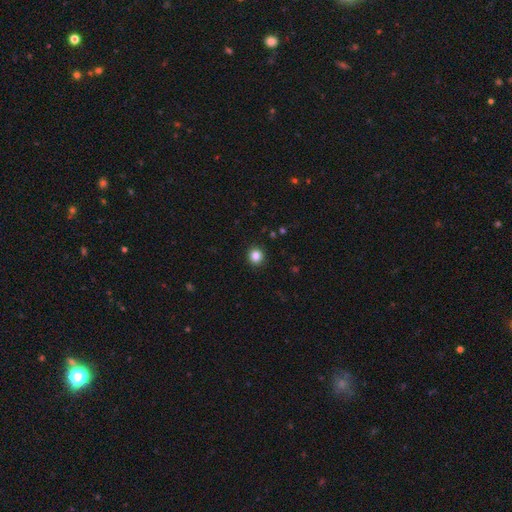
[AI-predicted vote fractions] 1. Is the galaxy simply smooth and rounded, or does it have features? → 85% smooth, 11% star or artifact, 4% featured or disk.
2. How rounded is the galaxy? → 93% round, 6% in between, 1% cigar-shaped.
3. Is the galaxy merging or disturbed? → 93% none, 5% minor disturbance, 2% major disturbance, 1% merger.